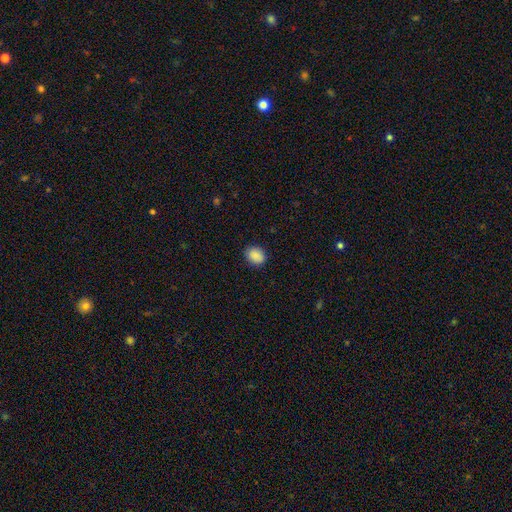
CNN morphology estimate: type=smooth (87%); roundness=round (54%); merging=none (86%).